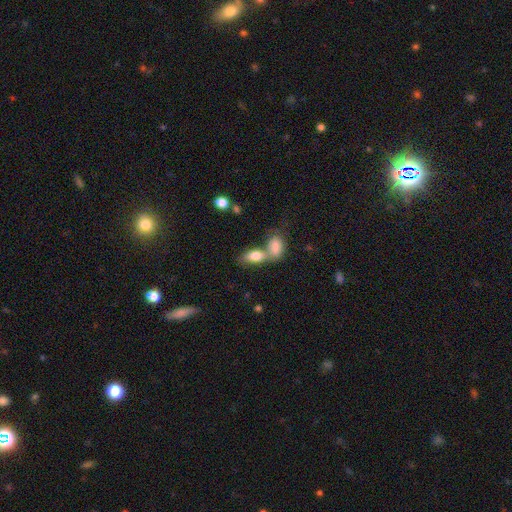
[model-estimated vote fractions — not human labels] smooth 79%, featured or disk 14%, star or artifact 7%. Down the decision tree: how rounded — in between (87%); merging — merger (52%).